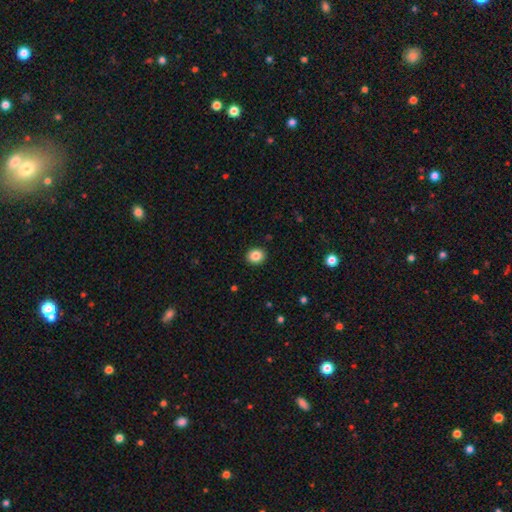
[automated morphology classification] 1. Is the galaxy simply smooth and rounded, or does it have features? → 85% smooth, 10% star or artifact, 5% featured or disk.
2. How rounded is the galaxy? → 72% round, 27% in between, 1% cigar-shaped.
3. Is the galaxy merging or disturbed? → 92% none, 6% minor disturbance, 2% major disturbance, 1% merger.